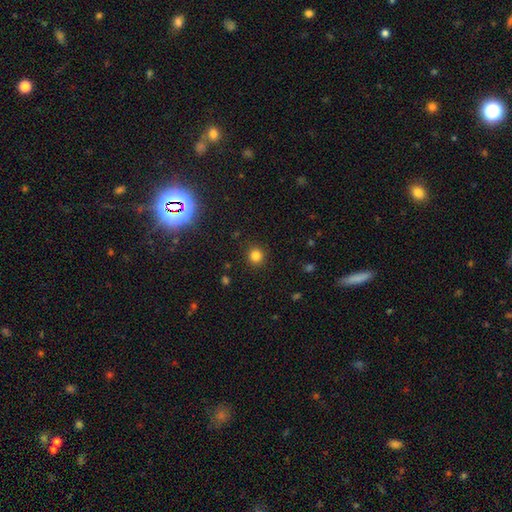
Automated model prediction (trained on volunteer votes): Smooth or featured?
  - smooth: 82% *
  - star or artifact: 14%
  - featured or disk: 4%
How rounded?
  - round: 92% *
  - in between: 7%
  - cigar-shaped: 1%
Merging?
  - none: 91% *
  - minor disturbance: 6%
  - major disturbance: 2%
  - merger: 1%